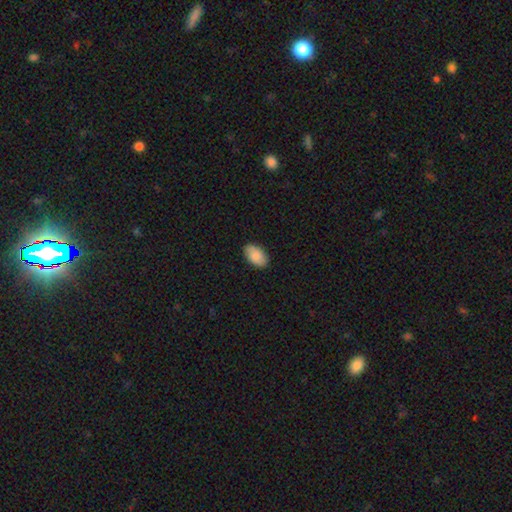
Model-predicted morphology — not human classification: This appears to be a smooth galaxy with no disk features (85%) that is in between round and cigar-shaped (94%). Merging: none (87%).